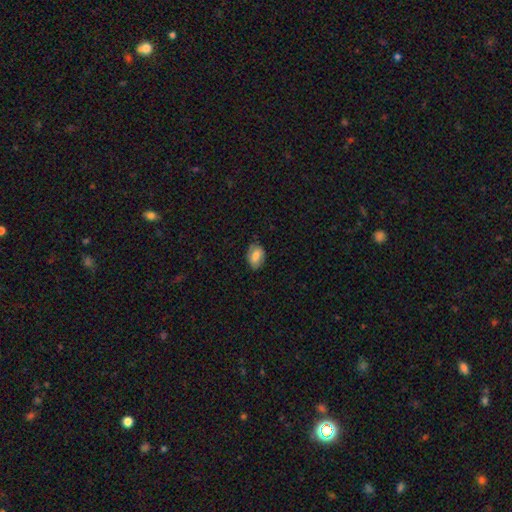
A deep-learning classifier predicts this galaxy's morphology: smooth 73%, featured or disk 19%, star or artifact 8%. Down the decision tree: how rounded — in between (83%); merging — none (77%).